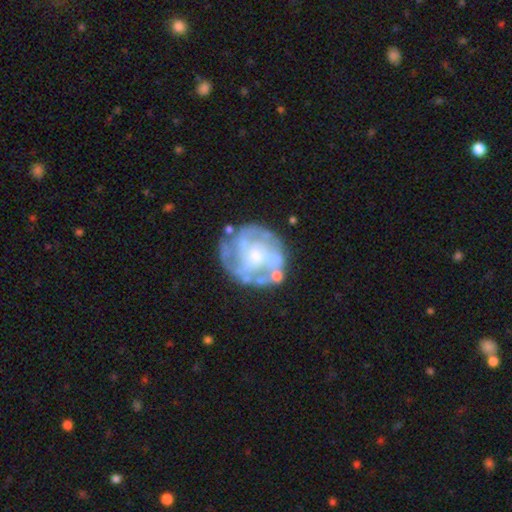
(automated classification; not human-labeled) Smooth or featured: featured or disk — 79% (smooth — 15%)
Edge-on disk: no — 98% (yes — 2%)
Bar: no — 71% (weak — 23%)
Spiral arms: yes — 71% (no — 29%)
Spiral winding: tight — 54% (medium — 33%)
Spiral arm count: can't tell — 43% (3 — 17%)
Bulge size: small — 54% (moderate — 39%)
Merging: none — 67% (minor disturbance — 18%)